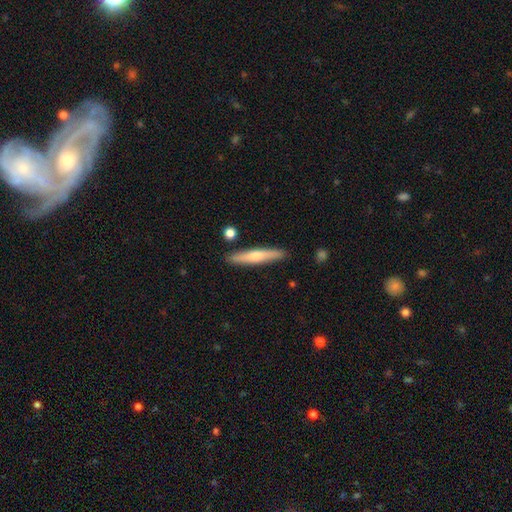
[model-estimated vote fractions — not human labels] This is possibly a smooth galaxy (59%). How rounded: clearly cigar-shaped (92%). Merging: clearly none (88%).